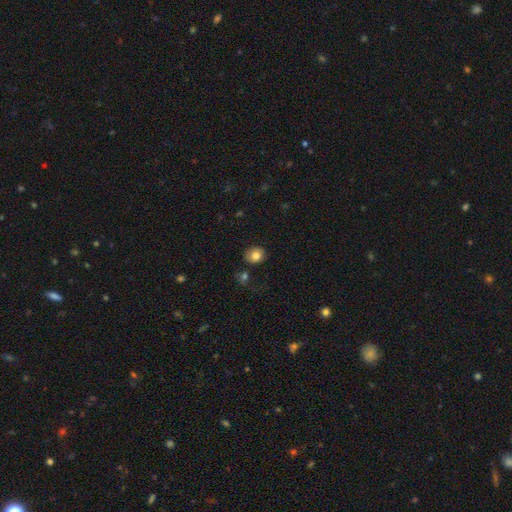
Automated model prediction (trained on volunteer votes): Smooth or featured: smooth — 81% (star or artifact — 10%)
How rounded: round — 74% (in between — 25%)
Merging: none — 81% (minor disturbance — 12%)